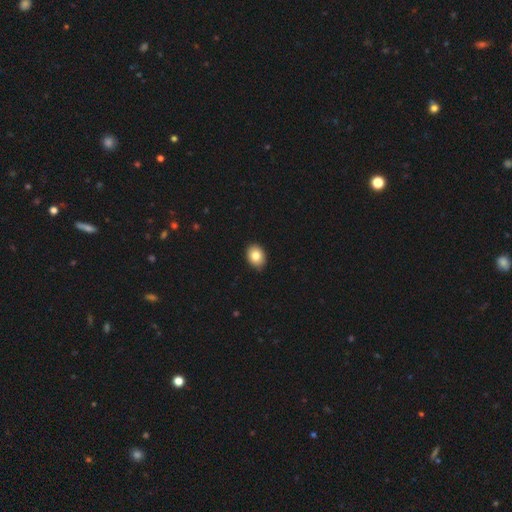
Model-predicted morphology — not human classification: A smooth galaxy with no disk features (82%) that is in between round and cigar-shaped (64%).

Vote fractions:
- Smooth or featured? smooth: 82% / featured or disk: 9% / star or artifact: 9%
- How rounded? in between: 64% / round: 35% / cigar-shaped: 1%
- Merging? none: 88% / minor disturbance: 10% / major disturbance: 2% / merger: 1%